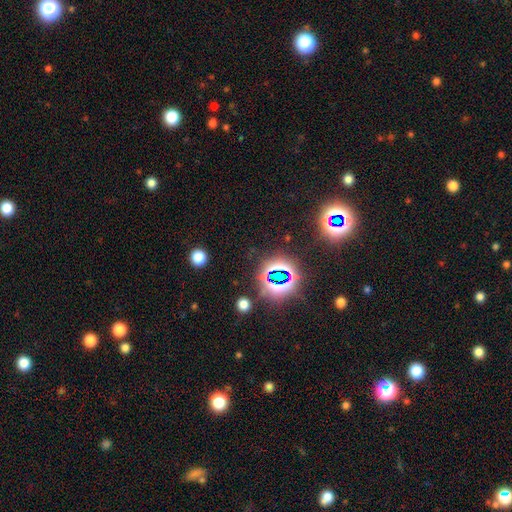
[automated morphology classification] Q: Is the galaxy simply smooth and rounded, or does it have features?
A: star or artifact — 78%.